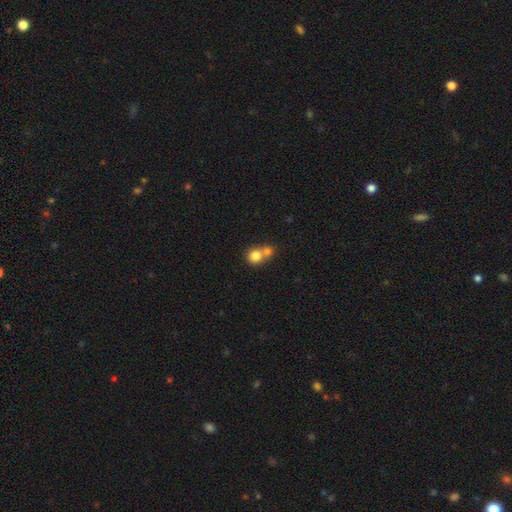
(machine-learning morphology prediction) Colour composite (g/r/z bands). It shows a smooth galaxy with no disk features (80%) that is round (86%). Merging: merger (55%).